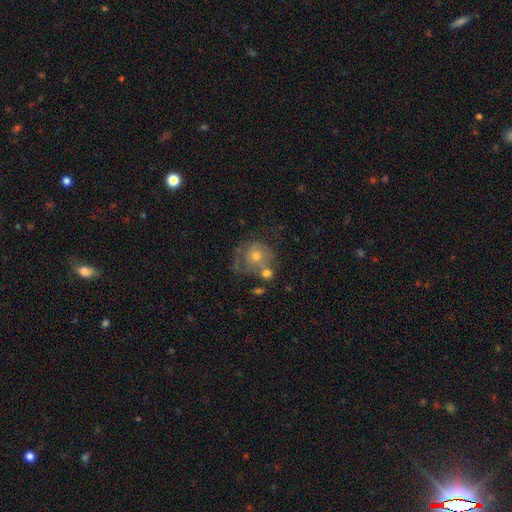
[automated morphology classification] A featured or disk galaxy (47%).

Vote fractions:
- Smooth or featured? featured or disk: 47% / smooth: 44% / star or artifact: 10%
- Merging? none: 43% / minor disturbance: 21% / major disturbance: 19% / merger: 17%